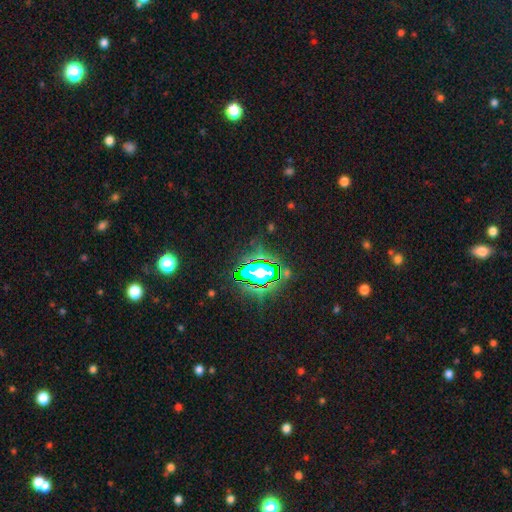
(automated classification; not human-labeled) smooth_or_featured: star or artifact (p=0.81) [alt: smooth p=0.12]